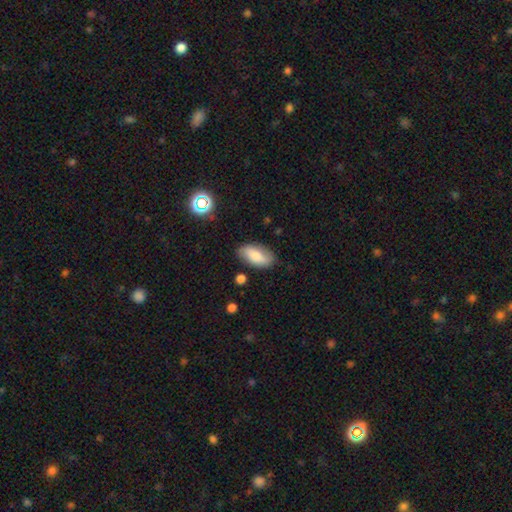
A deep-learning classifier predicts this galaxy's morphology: smooth_or_featured: smooth (p=0.67) [alt: featured or disk p=0.26]
how_rounded: in between (p=0.92) [alt: cigar-shaped p=0.05]
merging: none (p=0.79) [alt: minor disturbance p=0.15]